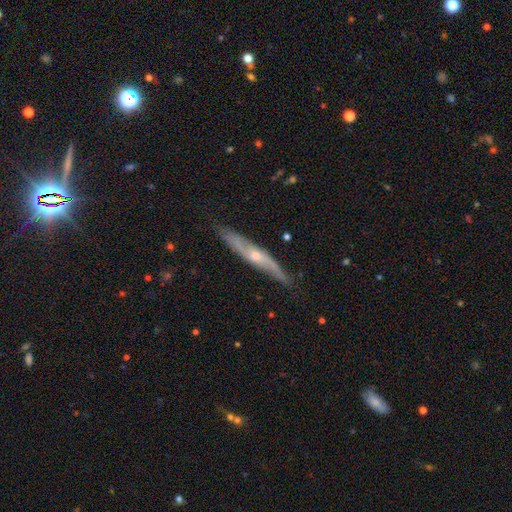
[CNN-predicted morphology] smooth_or_featured: featured or disk (p=0.72) [alt: smooth p=0.23]
disk_edge_on: yes (p=0.72) [alt: no p=0.28]
edge_on_bulge: rounded (p=0.76) [alt: none p=0.20]
merging: none (p=0.81) [alt: minor disturbance p=0.15]